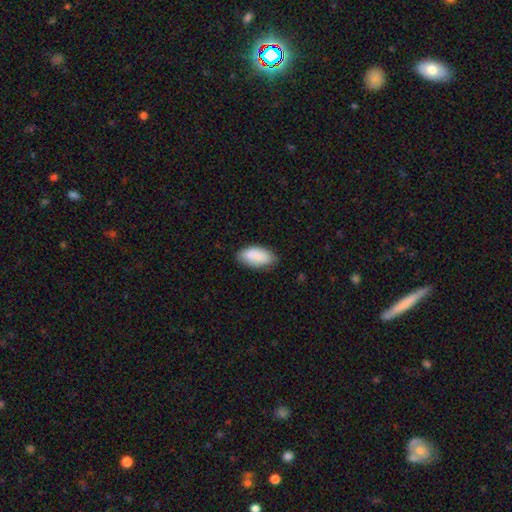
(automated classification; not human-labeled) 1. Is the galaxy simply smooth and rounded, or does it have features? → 86% smooth, 7% featured or disk, 7% star or artifact.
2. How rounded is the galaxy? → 93% in between, 4% cigar-shaped, 2% round.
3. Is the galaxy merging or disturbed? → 73% none, 21% minor disturbance, 4% major disturbance, 2% merger.